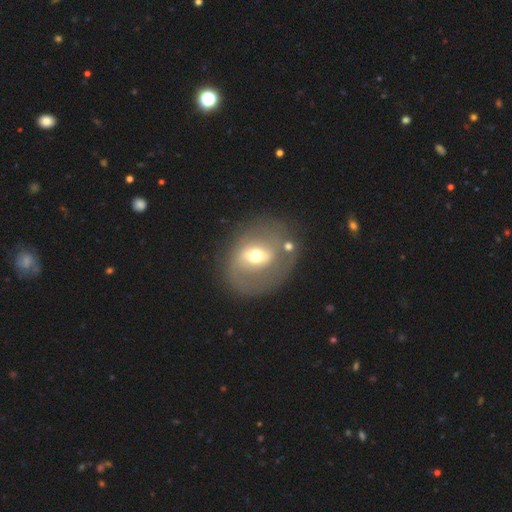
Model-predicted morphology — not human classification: This appears to be a featured or disk galaxy (62%) with a weak bar (42%), no spiral arms (51%) and a moderate central bulge (65%). Merging: none (63%).